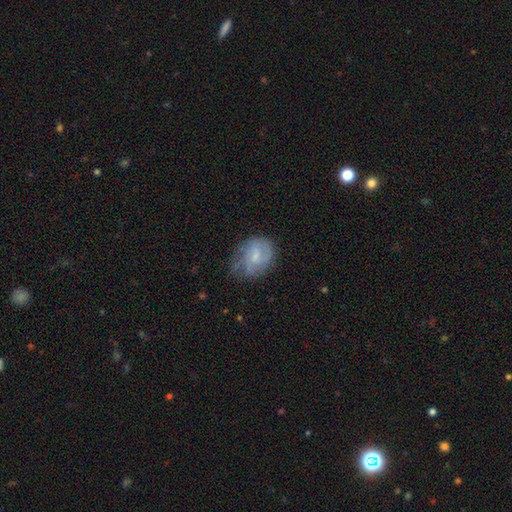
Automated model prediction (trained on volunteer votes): Smooth or featured? featured or disk (52%)
Edge-on disk? no (97%)
Bar? weak (47%)
Spiral arms? yes (76%)
Bulge size? small (52%)
Merging? none (53%)